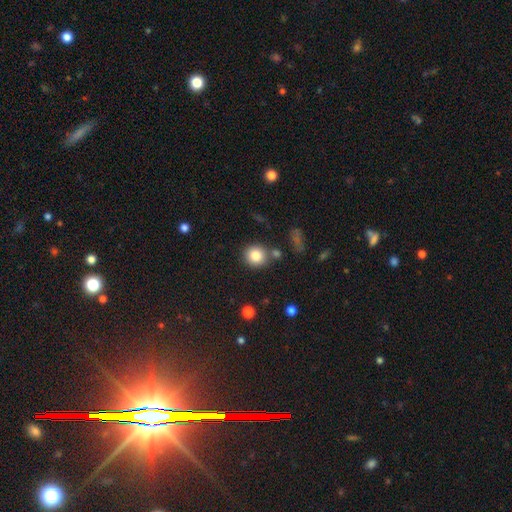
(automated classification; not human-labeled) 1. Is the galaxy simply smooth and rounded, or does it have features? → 83% smooth, 10% star or artifact, 7% featured or disk.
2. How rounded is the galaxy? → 88% round, 11% in between, 1% cigar-shaped.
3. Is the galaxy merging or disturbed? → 77% none, 10% merger, 10% minor disturbance, 3% major disturbance.